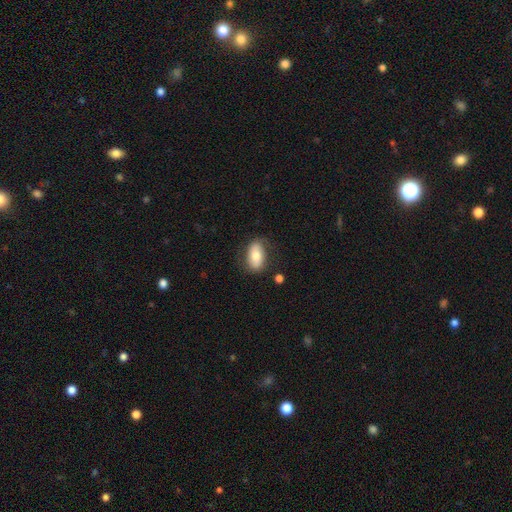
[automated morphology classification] Overall: smooth (70%). How rounded: in between (90%). Merging: none (74%).